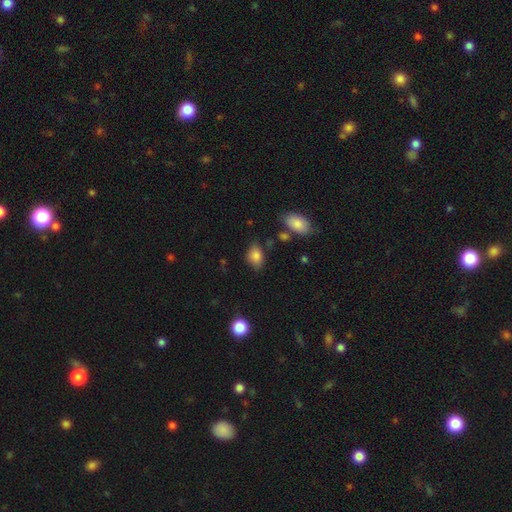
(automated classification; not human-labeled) The model was most divided on "merging": none: 69%, minor disturbance: 22%, major disturbance: 5%, merger: 4%. More confident: smooth or featured — smooth (84%); how rounded — in between (80%).